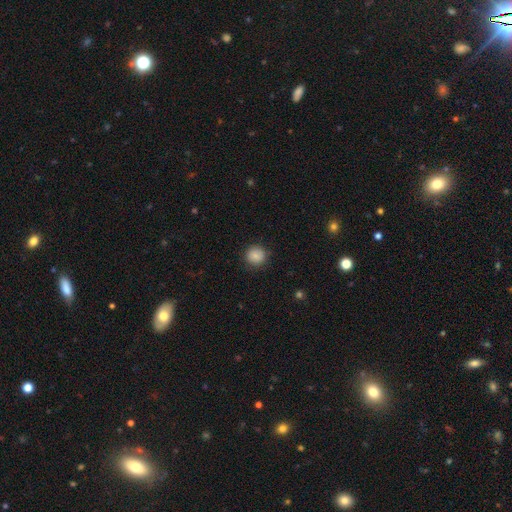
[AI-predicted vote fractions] Smooth or featured: smooth — 86% (star or artifact — 9%)
How rounded: round — 91% (in between — 8%)
Merging: none — 87% (minor disturbance — 9%)